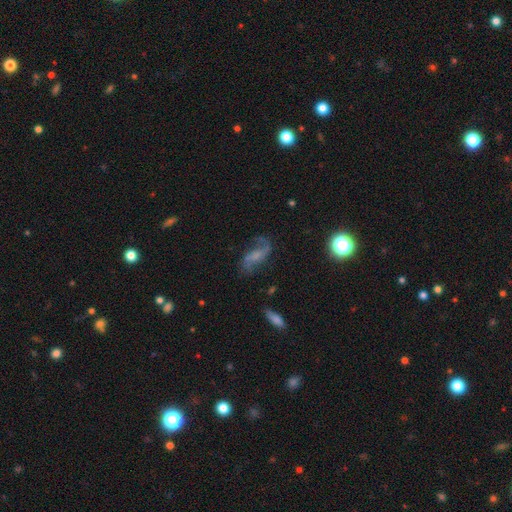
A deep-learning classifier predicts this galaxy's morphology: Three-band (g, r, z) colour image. It shows a featured or disk galaxy (75%) with a weak bar (43%), 2 (86%) loose (74%) spiral arms (91%) and no central bulge (41%). Merging: none (62%).